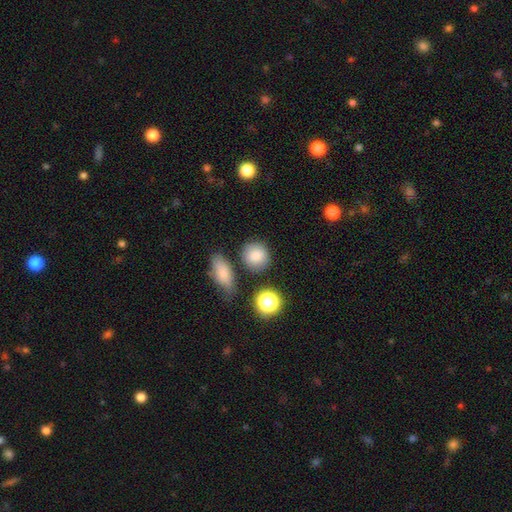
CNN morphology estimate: smooth-or-featured: smooth: 84% | star or artifact: 10% | featured or disk: 7%
  how-rounded: round: 81% | in between: 17% | cigar-shaped: 2%
  merging: none: 76% | minor disturbance: 13% | merger: 7% | major disturbance: 4%